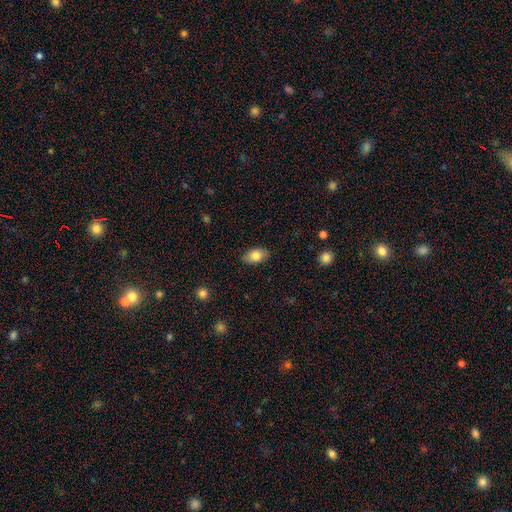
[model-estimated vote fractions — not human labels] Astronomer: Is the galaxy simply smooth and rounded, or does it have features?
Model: smooth — 81%.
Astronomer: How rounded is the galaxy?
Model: in between — 88%.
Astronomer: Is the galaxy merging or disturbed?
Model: none — 86%.